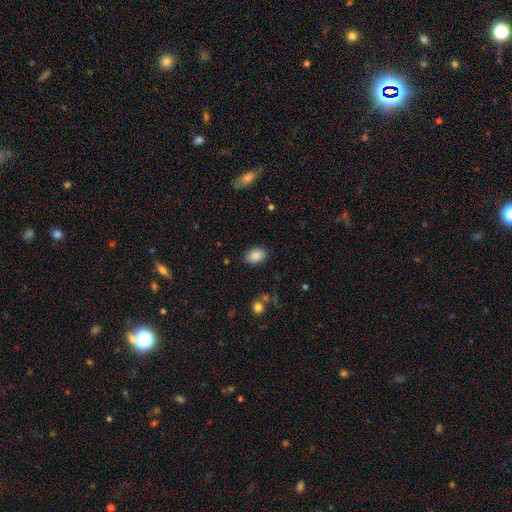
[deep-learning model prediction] smooth-or-featured: smooth: 87% | star or artifact: 8% | featured or disk: 5%
  how-rounded: in between: 86% | round: 13% | cigar-shaped: 1%
  merging: none: 86% | minor disturbance: 10% | major disturbance: 3% | merger: 1%